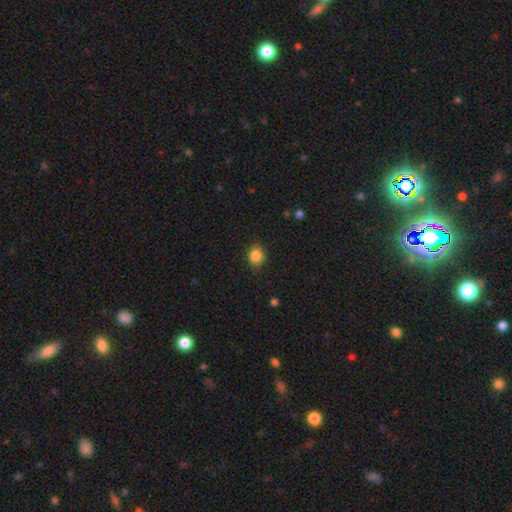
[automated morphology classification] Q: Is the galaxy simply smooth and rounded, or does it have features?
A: smooth — 86%.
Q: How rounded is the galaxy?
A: round — 58%.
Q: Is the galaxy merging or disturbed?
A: none — 86%.